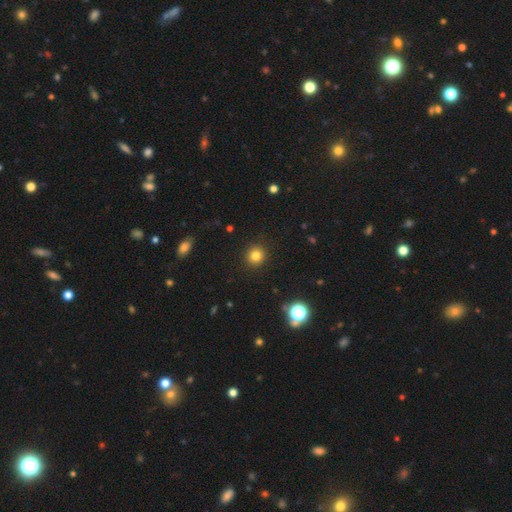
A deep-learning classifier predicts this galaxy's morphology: This is clearly a smooth galaxy (82%). How rounded: clearly round (91%). Merging: clearly none (91%).